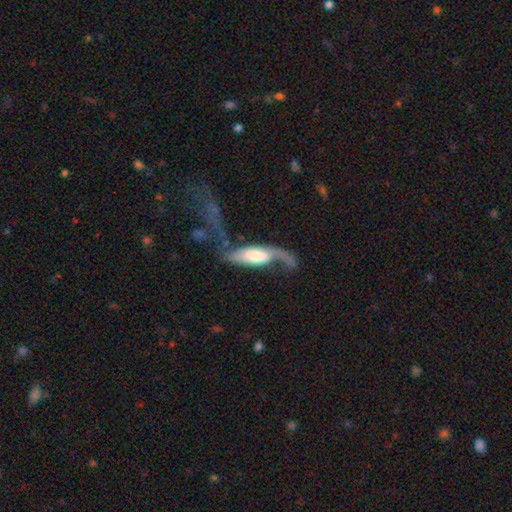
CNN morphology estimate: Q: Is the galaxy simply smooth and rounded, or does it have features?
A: featured or disk — 53%.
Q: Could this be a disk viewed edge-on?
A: no — 77%.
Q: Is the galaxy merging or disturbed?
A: major disturbance — 46%.